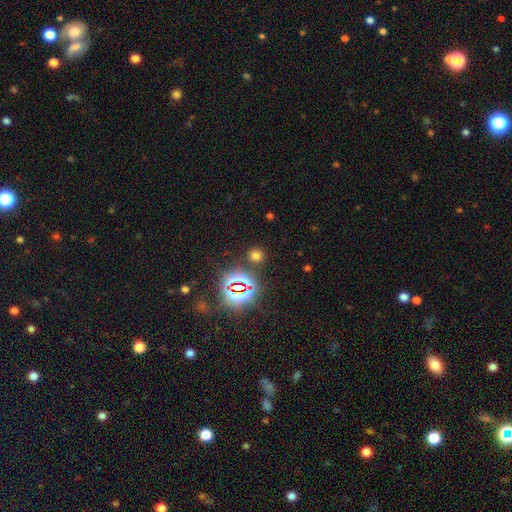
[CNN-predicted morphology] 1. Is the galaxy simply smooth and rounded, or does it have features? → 60% smooth, 34% star or artifact, 6% featured or disk.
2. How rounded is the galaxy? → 84% round, 15% in between, 1% cigar-shaped.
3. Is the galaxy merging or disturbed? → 86% none, 7% minor disturbance, 4% merger, 3% major disturbance.